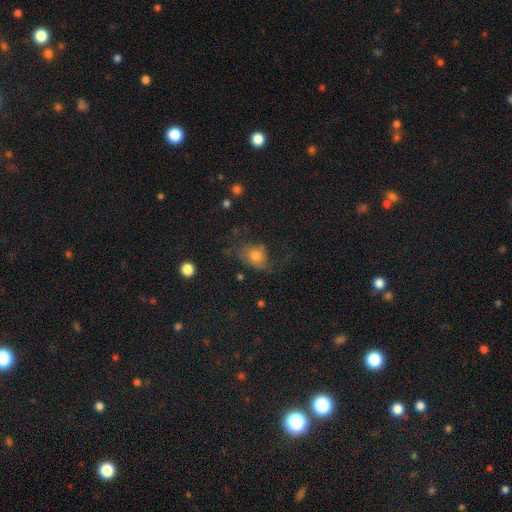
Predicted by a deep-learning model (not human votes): Overall: smooth (68%). How rounded: in between (67%; round 31%). Merging: none (47%; minor disturbance 27%).